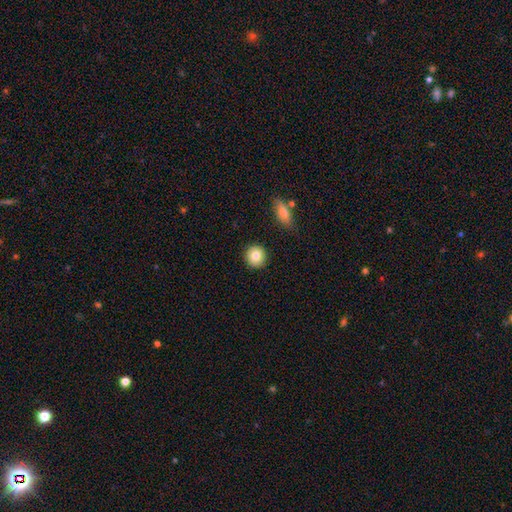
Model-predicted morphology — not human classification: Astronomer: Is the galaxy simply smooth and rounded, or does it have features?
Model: smooth — 82%.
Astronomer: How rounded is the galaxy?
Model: round — 92%.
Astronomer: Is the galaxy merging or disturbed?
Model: none — 90%.